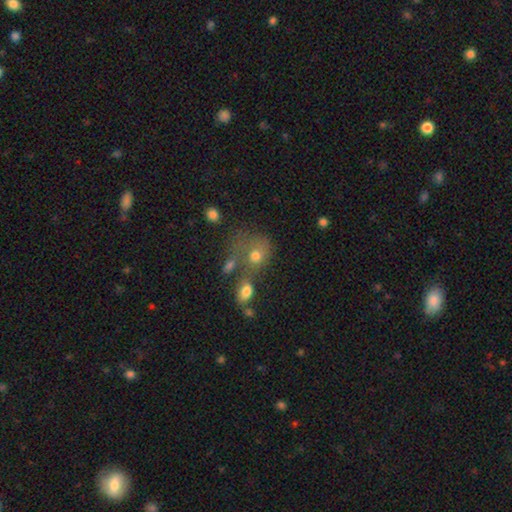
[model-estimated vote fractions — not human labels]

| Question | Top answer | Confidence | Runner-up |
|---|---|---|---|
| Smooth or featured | smooth | 70% | featured or disk (18%) |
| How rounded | round | 51% | in between (47%) |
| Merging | merger | 43% | none (27%) |